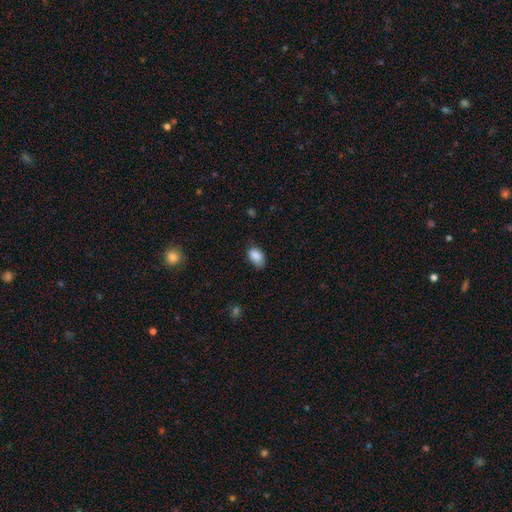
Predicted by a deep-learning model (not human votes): A smooth galaxy with no disk features (86%) that is in between round and cigar-shaped (91%).

Vote fractions:
- Smooth or featured? smooth: 86% / star or artifact: 8% / featured or disk: 6%
- How rounded? in between: 91% / round: 8% / cigar-shaped: 2%
- Merging? none: 66% / minor disturbance: 27% / major disturbance: 5% / merger: 1%